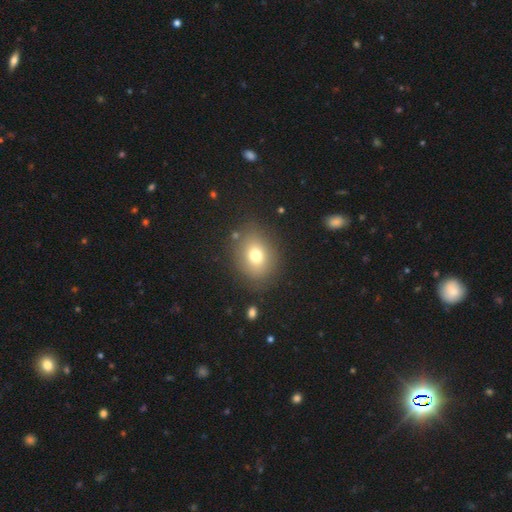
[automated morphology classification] Smooth or featured: smooth — 74% (featured or disk — 14%)
How rounded: in between — 52% (round — 47%)
Merging: none — 82% (minor disturbance — 11%)